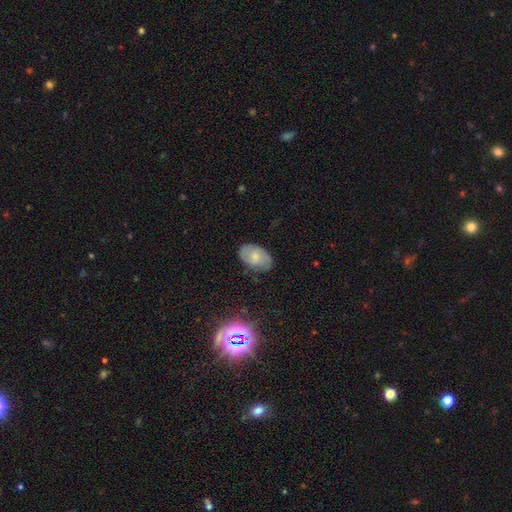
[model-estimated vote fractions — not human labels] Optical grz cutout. It shows a smooth galaxy with no disk features (61%) that is in between round and cigar-shaped (90%). Merging: none (78%).